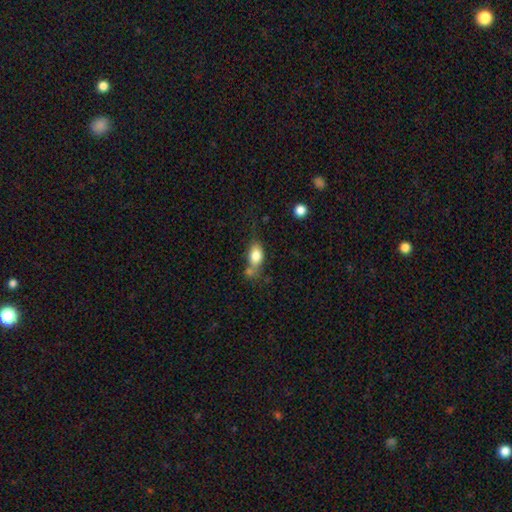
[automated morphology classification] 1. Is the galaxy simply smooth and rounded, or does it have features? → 79% smooth, 13% featured or disk, 8% star or artifact.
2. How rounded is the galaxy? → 79% in between, 17% round, 4% cigar-shaped.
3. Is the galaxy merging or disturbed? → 40% none, 29% merger, 21% minor disturbance, 10% major disturbance.